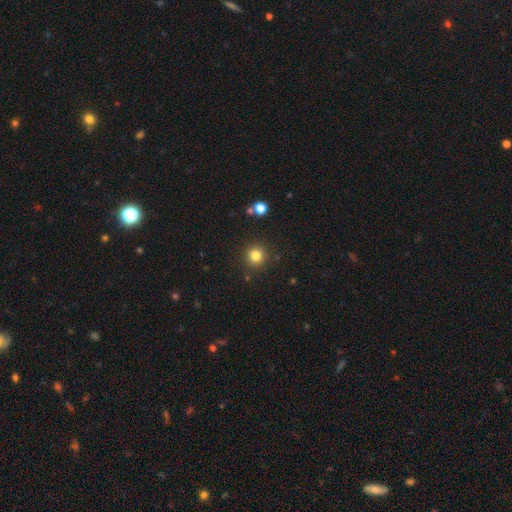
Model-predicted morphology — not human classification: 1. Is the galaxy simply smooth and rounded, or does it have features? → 81% smooth, 13% star or artifact, 6% featured or disk.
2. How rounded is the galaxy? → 94% round, 5% in between, 1% cigar-shaped.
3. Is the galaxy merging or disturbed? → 89% none, 6% minor disturbance, 2% merger, 2% major disturbance.